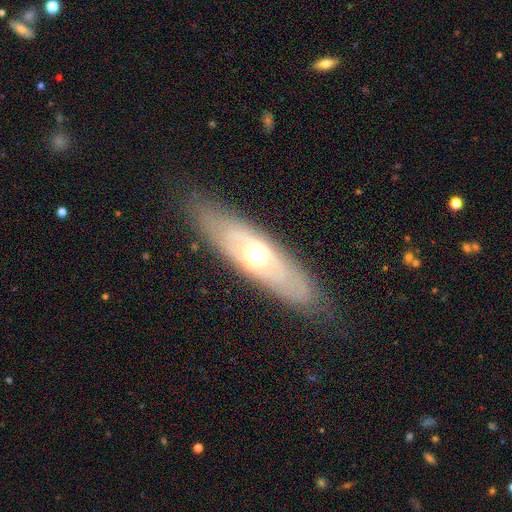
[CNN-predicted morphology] The model was most divided on "edge-on disk": no: 64%, yes: 36%. More confident: merging — none (83%); smooth or featured — featured or disk (64%).